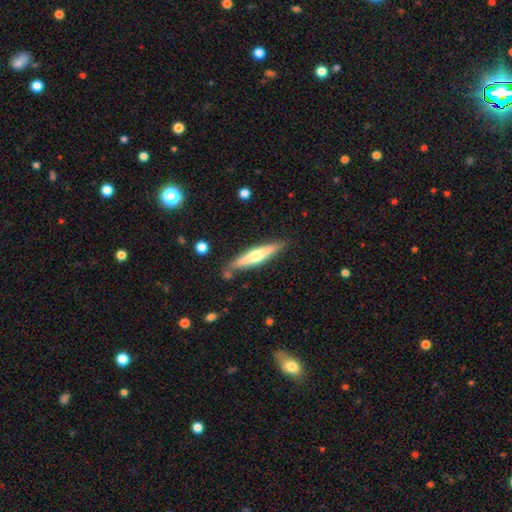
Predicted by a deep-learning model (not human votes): Smooth or featured? featured or disk (59%)
Edge-on disk? yes (96%)
Edge-on bulge? rounded (88%)
Merging? none (83%)